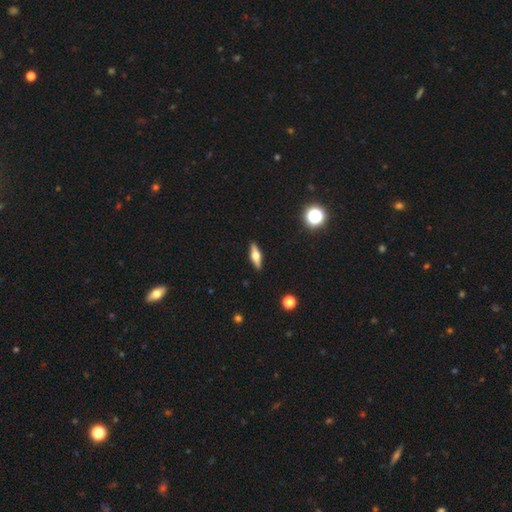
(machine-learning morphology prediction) Smooth or featured: featured or disk — 55% (smooth — 38%)
Edge-on disk: yes — 93% (no — 7%)
Edge-on bulge: rounded — 94% (boxy — 4%)
Merging: none — 90% (minor disturbance — 7%)